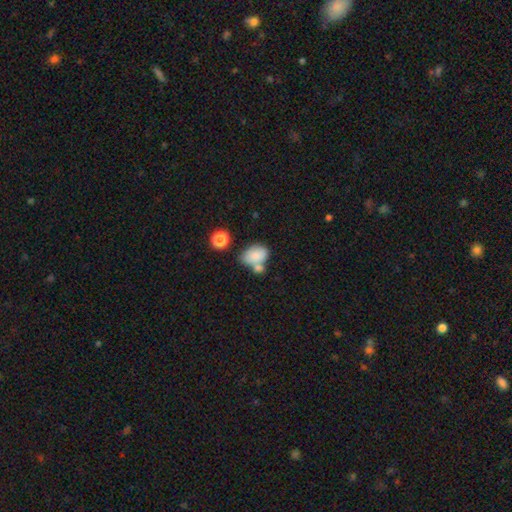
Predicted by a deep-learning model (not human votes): Smooth or featured: smooth — 80% (featured or disk — 11%)
How rounded: in between — 82% (round — 16%)
Merging: merger — 38% (none — 37%)